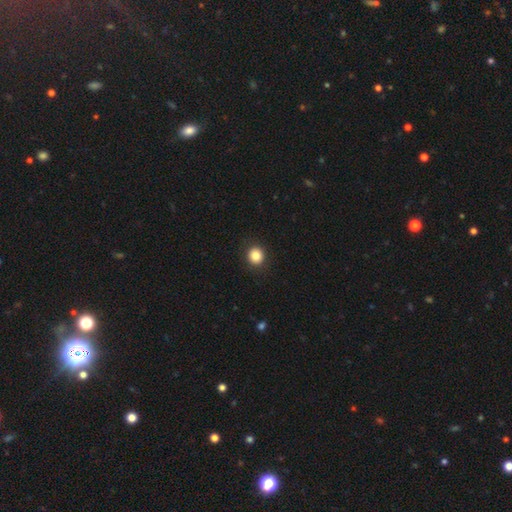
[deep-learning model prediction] smooth 85%, star or artifact 10%, featured or disk 5%. Down the decision tree: how rounded — round (89%); merging — none (91%).